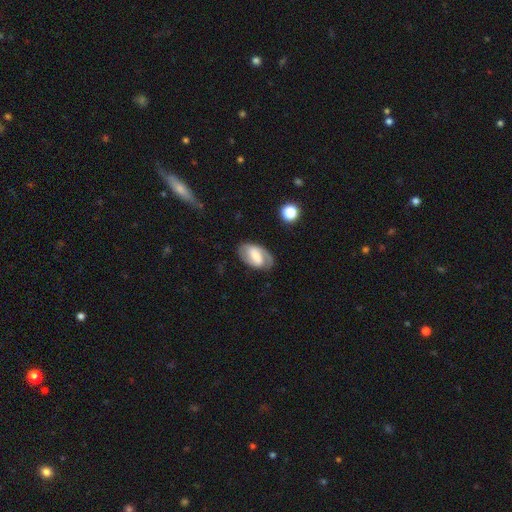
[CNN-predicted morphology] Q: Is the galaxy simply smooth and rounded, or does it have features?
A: featured or disk — 68%.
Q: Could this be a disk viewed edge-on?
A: no — 96%.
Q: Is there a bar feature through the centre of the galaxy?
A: weak — 44%.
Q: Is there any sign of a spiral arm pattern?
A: yes — 87%.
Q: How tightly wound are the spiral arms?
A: medium — 43%.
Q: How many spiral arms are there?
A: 2 — 73%.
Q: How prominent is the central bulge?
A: moderate — 41%.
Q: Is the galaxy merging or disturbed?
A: none — 76%.